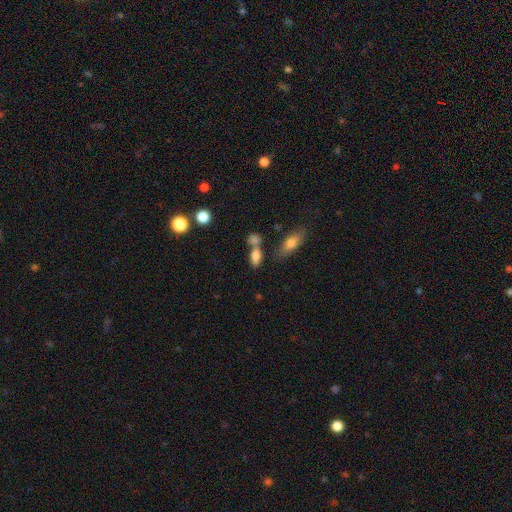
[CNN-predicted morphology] Smooth or featured: smooth — 79% (featured or disk — 11%)
How rounded: in between — 81% (cigar-shaped — 11%)
Merging: none — 48% (merger — 33%)